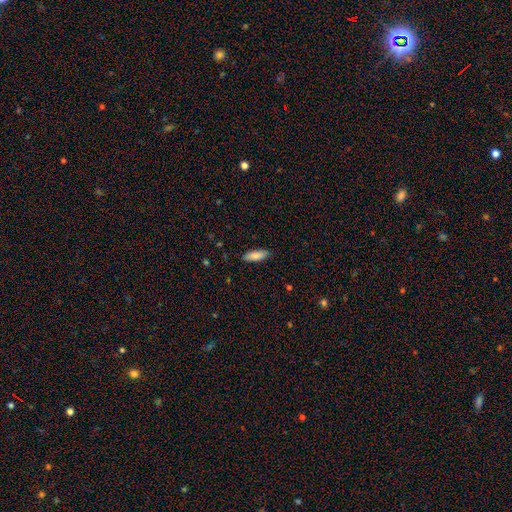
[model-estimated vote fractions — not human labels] Smooth or featured? smooth (85%)
How rounded? in between (65%)
Merging? none (87%)